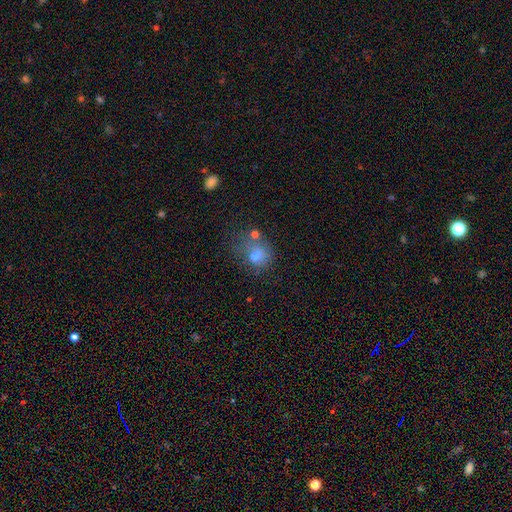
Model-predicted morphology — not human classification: smooth 65%, featured or disk 18%, star or artifact 17%. Down the decision tree: how rounded — round (60%); merging — none (40%).